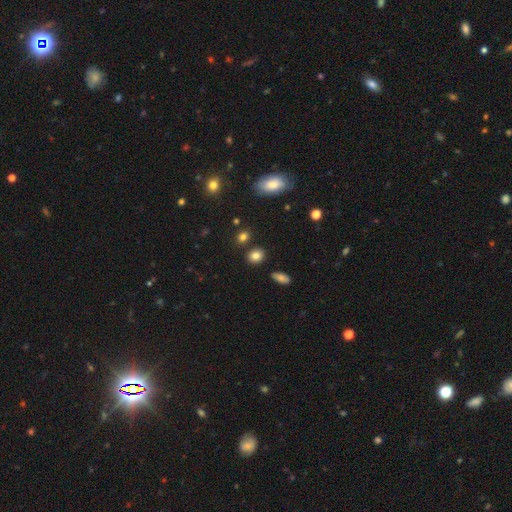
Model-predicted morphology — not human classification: Smooth or featured? Predicted: smooth (p=0.83). How rounded? Predicted: round (p=0.63). Merging? Predicted: none (p=0.83).